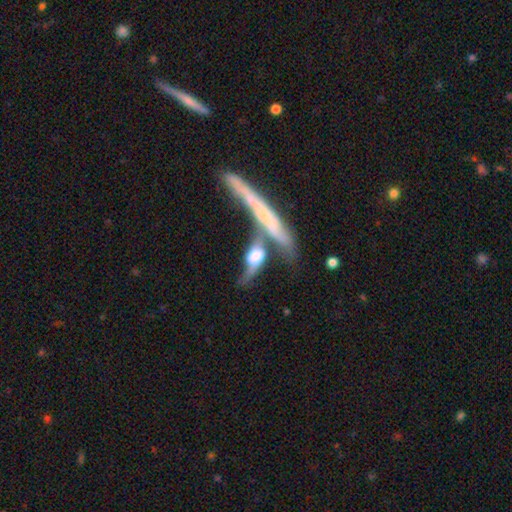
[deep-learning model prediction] featured or disk 62%, smooth 31%, star or artifact 7%. Down the decision tree: edge-on disk — yes (59%); merging — merger (49%).